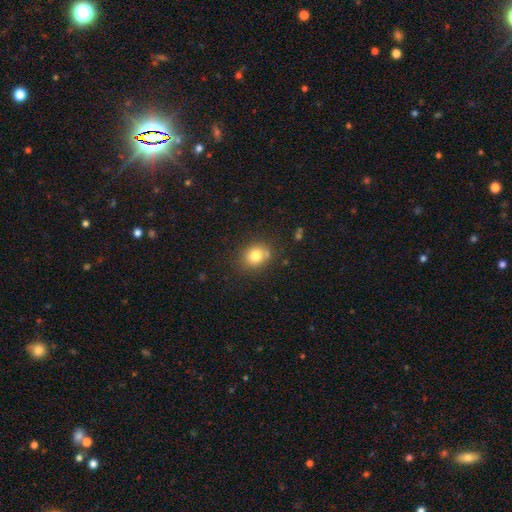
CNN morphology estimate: The model was most divided on "how rounded": round: 70%, in between: 29%, cigar-shaped: 1%. More confident: smooth or featured — smooth (79%); merging — none (77%).